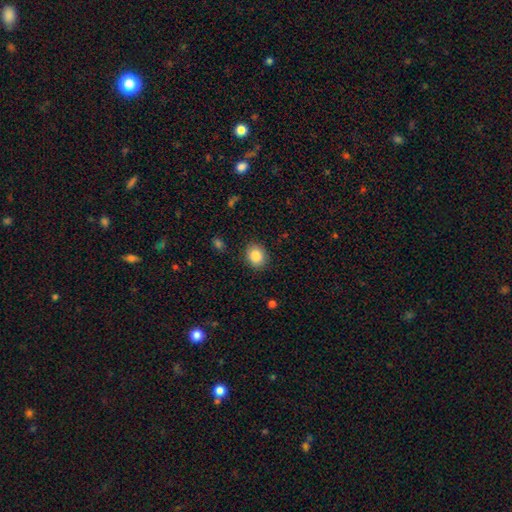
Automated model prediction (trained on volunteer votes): Q: Smooth or featured?
A: smooth (86%); runner-up: star or artifact (9%)
Q: How rounded?
A: round (60%); runner-up: in between (39%)
Q: Merging?
A: none (88%); runner-up: minor disturbance (8%)